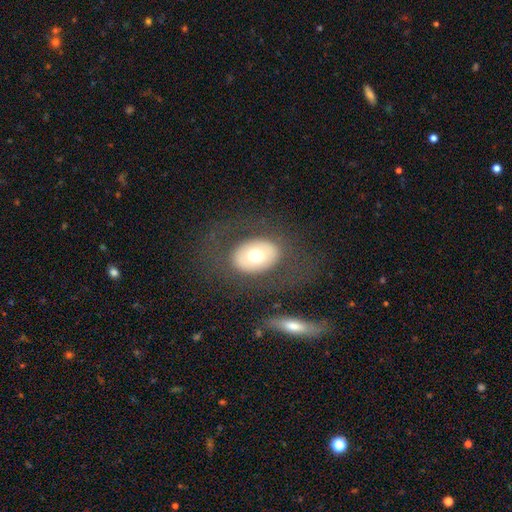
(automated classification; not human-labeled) A smooth galaxy with no disk features (59%) that is in between round and cigar-shaped (74%). Merging: none (80%).